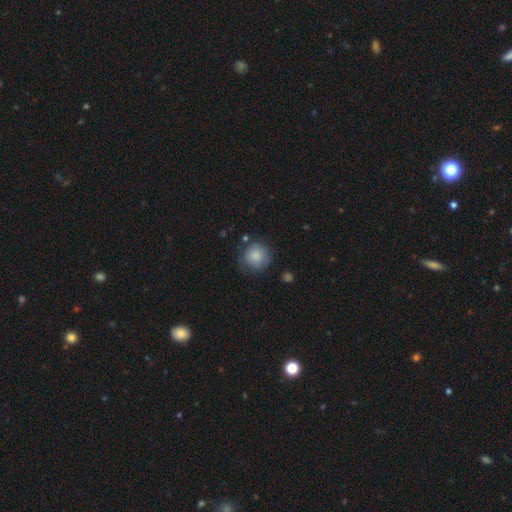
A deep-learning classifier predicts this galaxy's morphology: smooth 81%, featured or disk 11%, star or artifact 8%. Down the decision tree: how rounded — round (92%); merging — none (73%).